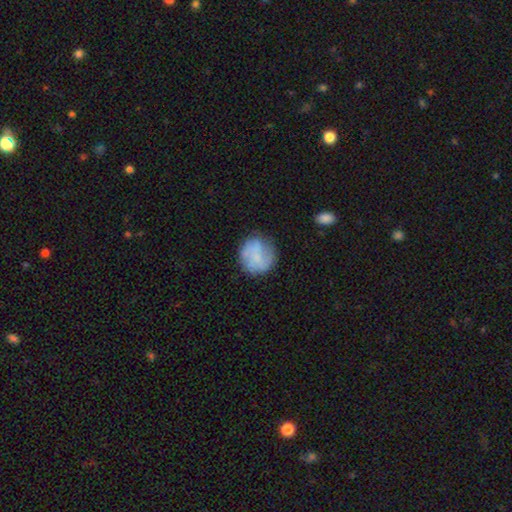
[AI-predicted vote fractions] A smooth galaxy with no disk features (58%) that is round (87%). Merging: none (68%).